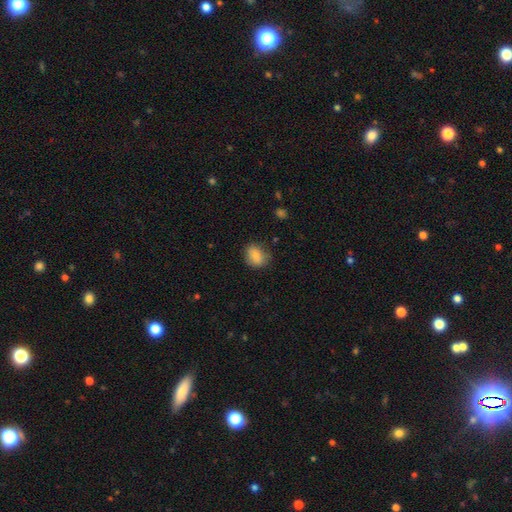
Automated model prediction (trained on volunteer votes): A smooth galaxy with no disk features (81%) that is in between round and cigar-shaped (52%).

Vote fractions:
- Smooth or featured? smooth: 81% / featured or disk: 11% / star or artifact: 9%
- How rounded? in between: 52% / round: 47% / cigar-shaped: 1%
- Merging? none: 71% / minor disturbance: 22% / major disturbance: 5% / merger: 2%